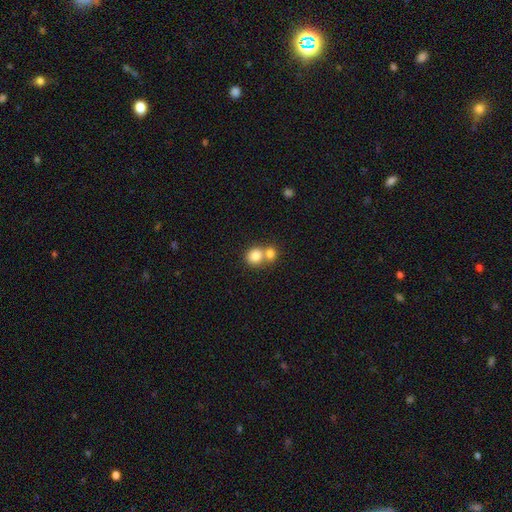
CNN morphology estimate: Smooth or featured: smooth — 81% (star or artifact — 9%)
How rounded: round — 81% (in between — 18%)
Merging: merger — 55% (none — 37%)